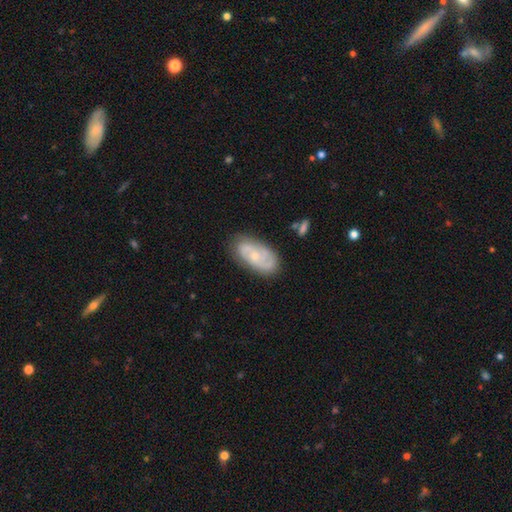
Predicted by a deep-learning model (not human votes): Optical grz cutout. It shows a featured or disk galaxy (67%) with no bar (72%), 2 (53%) tight (42%) spiral arms (86%) and a small central bulge (64%). Merging: none (74%).